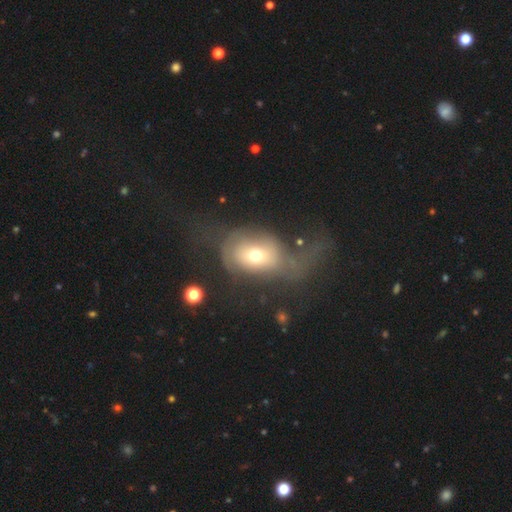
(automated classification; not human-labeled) Overall: smooth (55%; featured or disk 35%). How rounded: in between (61%; round 37%). Merging: major disturbance (60%).